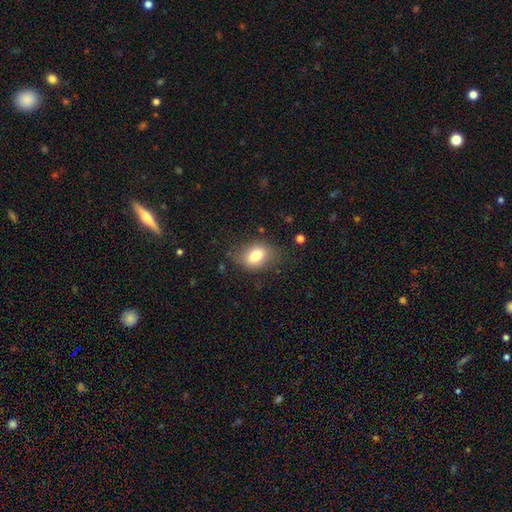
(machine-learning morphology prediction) This is likely a smooth galaxy (77%). How rounded: likely in between (72%). Merging: likely none (75%).